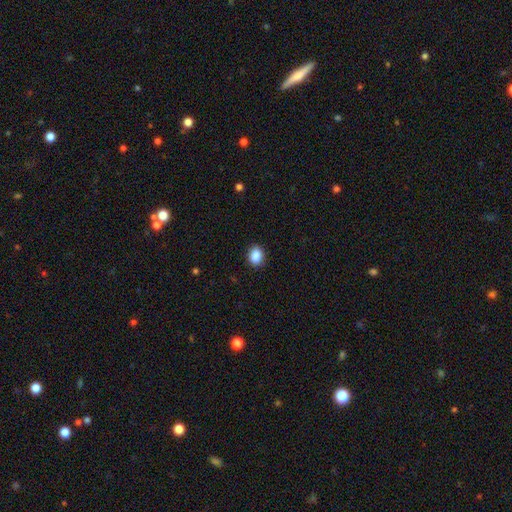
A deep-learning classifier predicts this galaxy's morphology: Smooth or featured? smooth (89%)
How rounded? in between (59%)
Merging? none (89%)